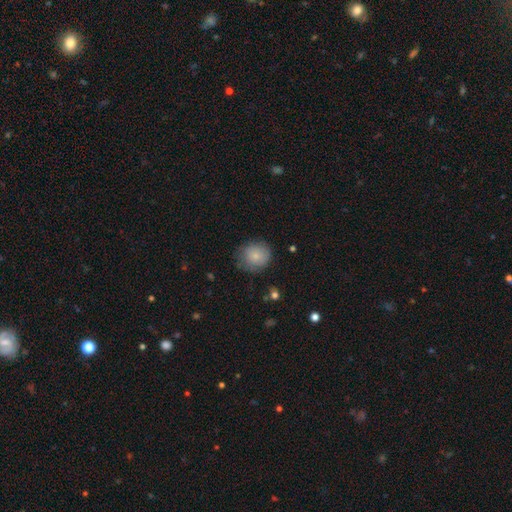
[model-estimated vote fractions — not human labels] Smooth or featured: smooth — 81% (featured or disk — 11%)
How rounded: round — 81% (in between — 18%)
Merging: none — 71% (minor disturbance — 22%)